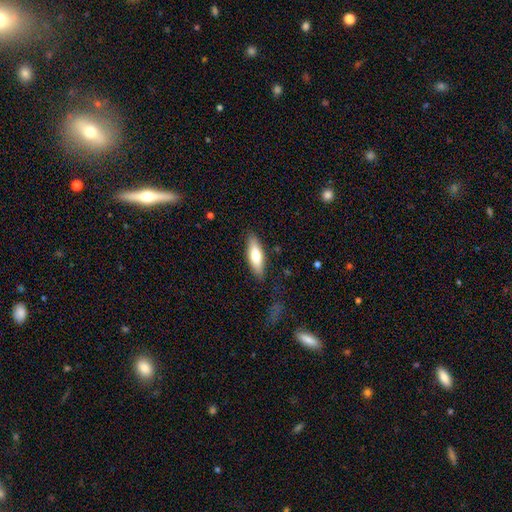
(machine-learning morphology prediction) Smooth or featured?
  - smooth: 73% *
  - featured or disk: 22%
  - star or artifact: 6%
How rounded?
  - in between: 55% *
  - cigar-shaped: 43%
  - round: 2%
Merging?
  - none: 85% *
  - minor disturbance: 11%
  - major disturbance: 3%
  - merger: 1%